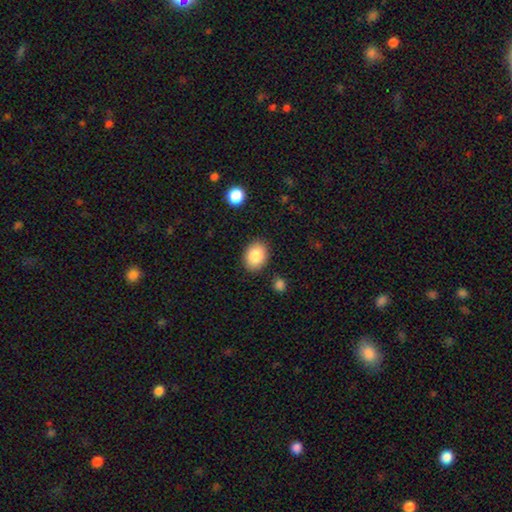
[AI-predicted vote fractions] Morphology: type=smooth (86%); roundness=in between (65%); merging=none (87%).